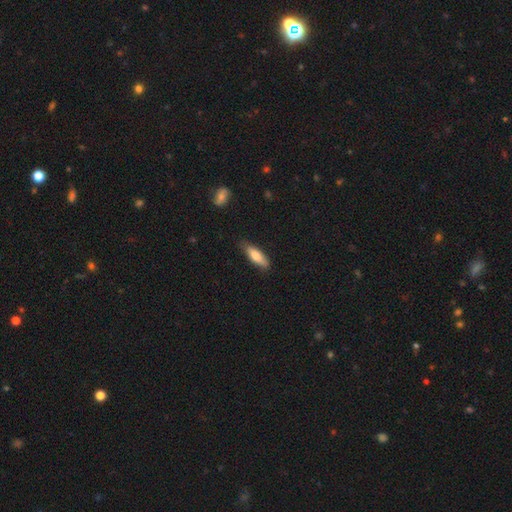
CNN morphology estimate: A smooth galaxy with no disk features (75%) that is cigar-shaped (52%).

Vote fractions:
- Smooth or featured? smooth: 75% / featured or disk: 19% / star or artifact: 6%
- How rounded? cigar-shaped: 52% / in between: 47% / round: 2%
- Merging? none: 77% / minor disturbance: 19% / major disturbance: 3% / merger: 1%